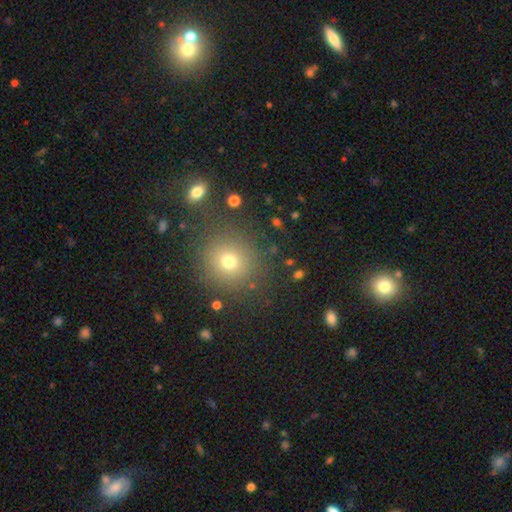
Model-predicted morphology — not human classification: type=smooth (61%); roundness=round (90%); merging=none (86%).